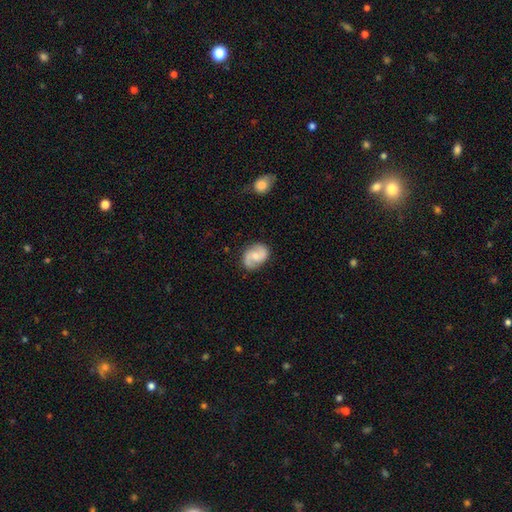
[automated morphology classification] A featured or disk galaxy (73%) with no bar (52%), 2 (91%) medium (48%) spiral arms (95%) and a moderate central bulge (44%).

Vote fractions:
- Smooth or featured? featured or disk: 73% / smooth: 21% / star or artifact: 6%
- Edge-on disk? no: 98% / yes: 2%
- Bar? no: 52% / weak: 41% / strong: 7%
- Spiral arms? yes: 95% / no: 5%
- Spiral winding? medium: 48% / loose: 33% / tight: 19%
- Spiral arm count? 2: 91% / can't tell: 4% / 1: 3% / 3: 1% / 4: 1% / more than 4: 1%
- Bulge size? moderate: 44% / small: 41% / none: 10% / large: 3% / dominant: 1%
- Merging? none: 80% / minor disturbance: 14% / major disturbance: 4% / merger: 1%